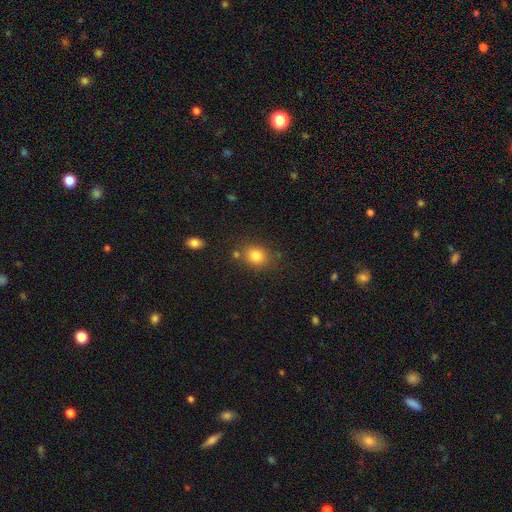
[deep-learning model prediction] Smooth or featured? Predicted: smooth (p=0.82). How rounded? Predicted: round (p=0.58). Merging? Predicted: none (p=0.75).